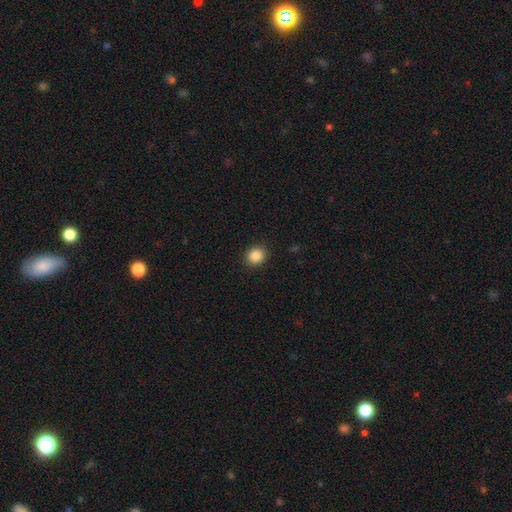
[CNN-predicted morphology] Smooth or featured?
  - smooth: 86% *
  - star or artifact: 10%
  - featured or disk: 4%
How rounded?
  - round: 81% *
  - in between: 18%
  - cigar-shaped: 1%
Merging?
  - none: 91% *
  - minor disturbance: 6%
  - major disturbance: 2%
  - merger: 1%